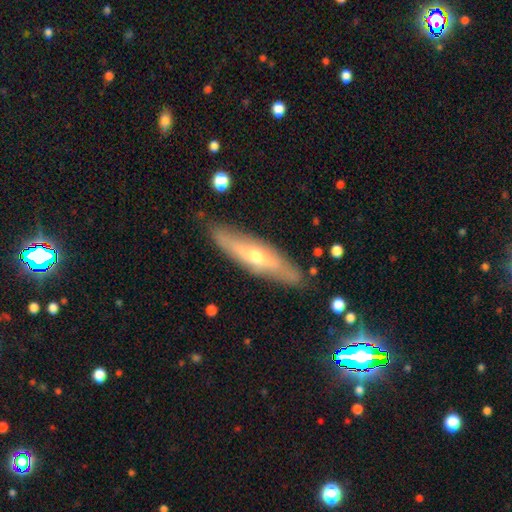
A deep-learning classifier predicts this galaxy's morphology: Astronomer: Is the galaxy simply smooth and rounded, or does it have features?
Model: featured or disk — 56% (runner-up: smooth, 36%).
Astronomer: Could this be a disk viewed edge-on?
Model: yes — 63%.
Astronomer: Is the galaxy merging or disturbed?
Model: none — 83%.